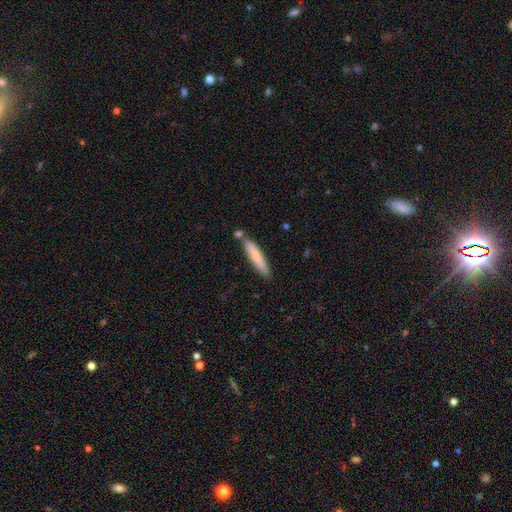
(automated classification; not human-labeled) Smooth or featured? Predicted: smooth (p=0.73). How rounded? Predicted: cigar-shaped (p=0.91). Merging? Predicted: none (p=0.77).